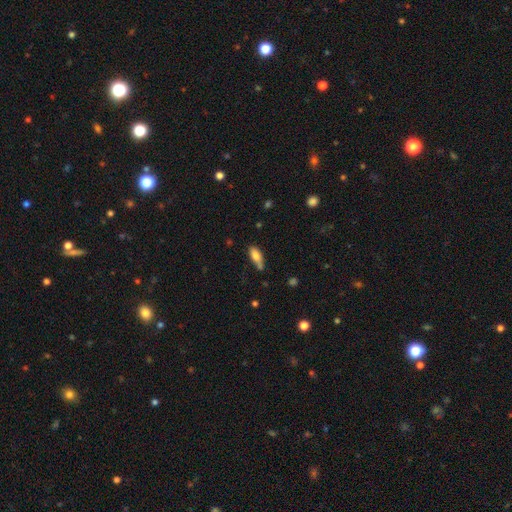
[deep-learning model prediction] Q: Smooth or featured?
A: smooth (79%); runner-up: featured or disk (13%)
Q: How rounded?
A: in between (75%); runner-up: cigar-shaped (22%)
Q: Merging?
A: none (51%); runner-up: minor disturbance (29%)